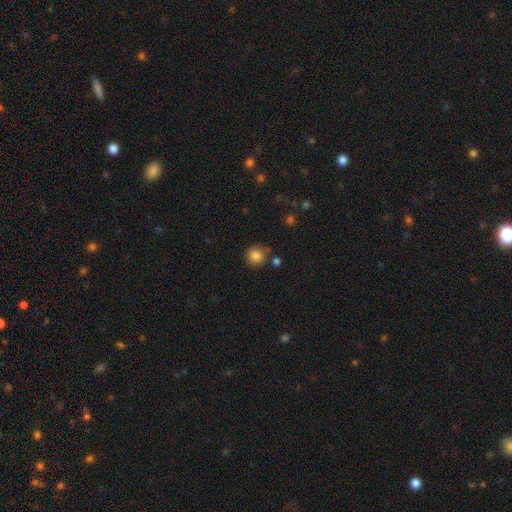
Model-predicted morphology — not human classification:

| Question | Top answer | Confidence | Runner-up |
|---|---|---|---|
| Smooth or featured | smooth | 84% | star or artifact (10%) |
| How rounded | round | 91% | in between (8%) |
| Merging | none | 79% | minor disturbance (12%) |